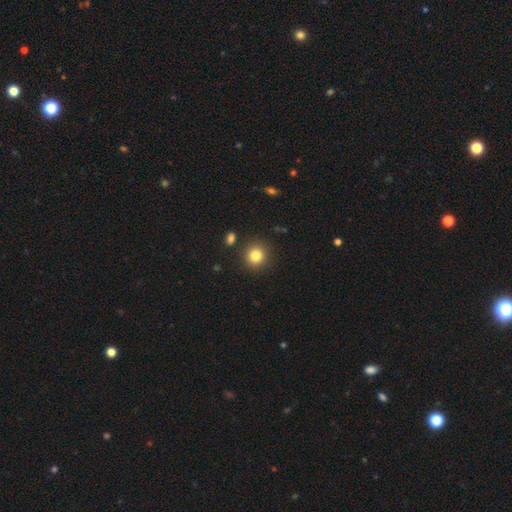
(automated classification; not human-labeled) smooth_or_featured: smooth (p=0.83) [alt: star or artifact p=0.11]
how_rounded: round (p=0.89) [alt: in between p=0.11]
merging: none (p=0.87) [alt: minor disturbance p=0.07]